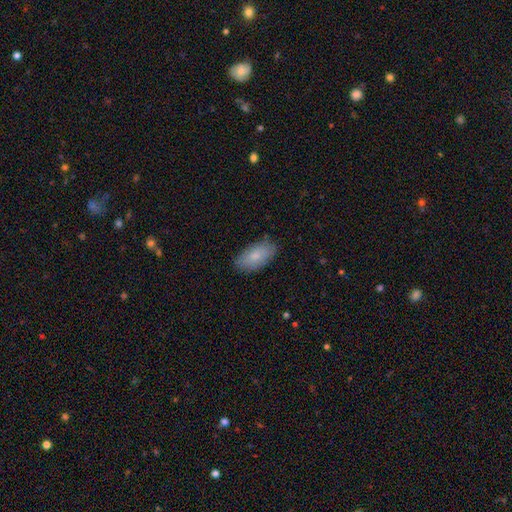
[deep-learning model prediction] A smooth galaxy with no disk features (81%) that is in between round and cigar-shaped (94%). Merging: none (84%).